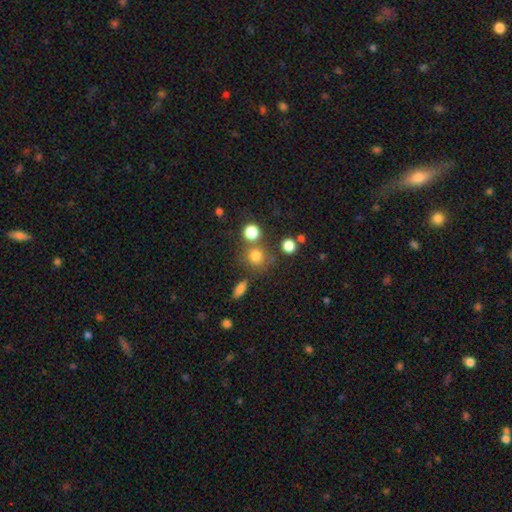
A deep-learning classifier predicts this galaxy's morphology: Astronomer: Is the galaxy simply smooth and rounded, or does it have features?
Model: smooth — 77%.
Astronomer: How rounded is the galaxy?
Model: round — 86%.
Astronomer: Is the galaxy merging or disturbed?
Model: none — 66%.